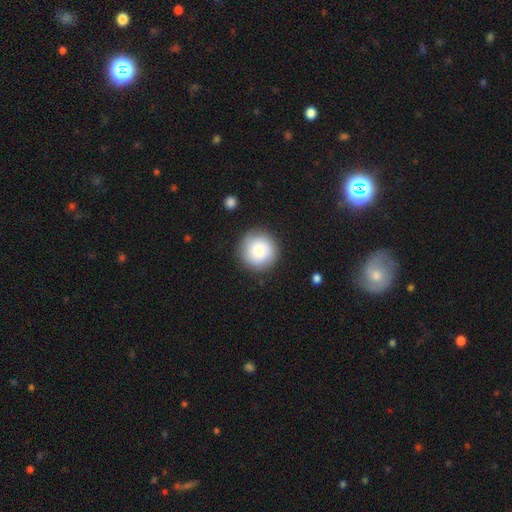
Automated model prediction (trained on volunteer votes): Smooth or featured?
  - smooth: 81% *
  - featured or disk: 11%
  - star or artifact: 7%
How rounded?
  - round: 95% *
  - in between: 4%
  - cigar-shaped: 1%
Merging?
  - none: 87% *
  - minor disturbance: 9%
  - major disturbance: 3%
  - merger: 2%